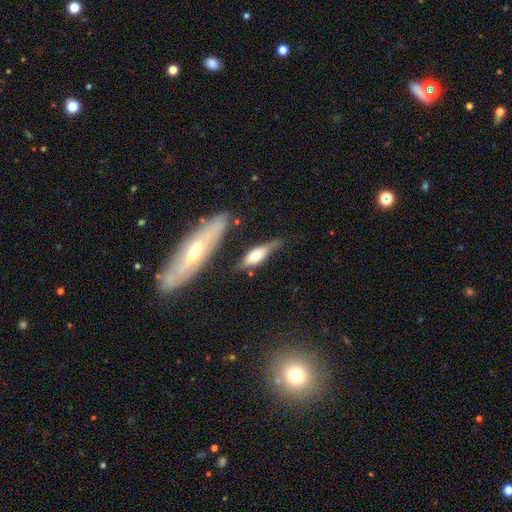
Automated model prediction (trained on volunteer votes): This appears to be a featured or disk galaxy (47%). Merging: none (60%).